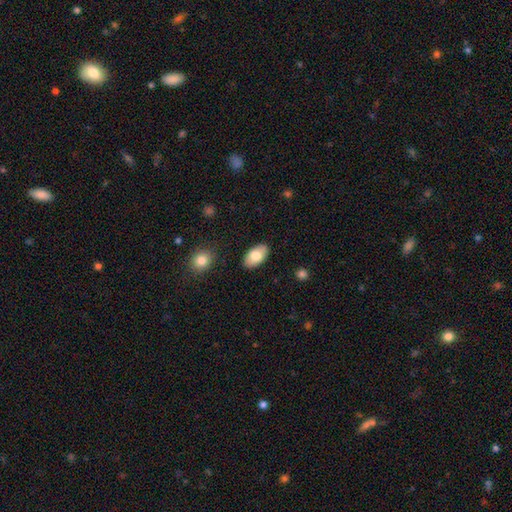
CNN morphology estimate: smooth 79%, featured or disk 14%, star or artifact 6%. Down the decision tree: how rounded — in between (95%); merging — none (86%).